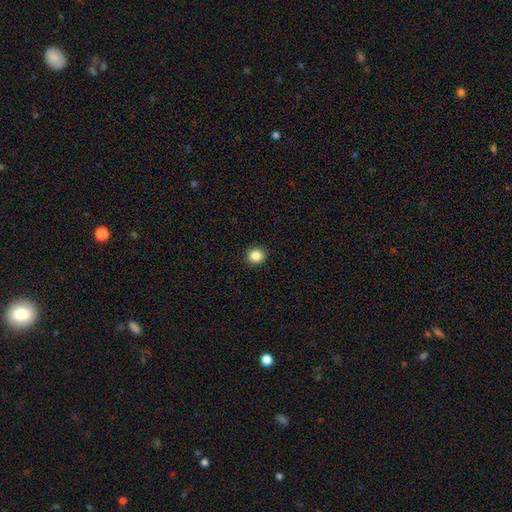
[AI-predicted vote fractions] Smooth or featured?
  - smooth: 85% *
  - star or artifact: 11%
  - featured or disk: 4%
How rounded?
  - round: 92% *
  - in between: 7%
  - cigar-shaped: 1%
Merging?
  - none: 93% *
  - minor disturbance: 5%
  - major disturbance: 2%
  - merger: 1%